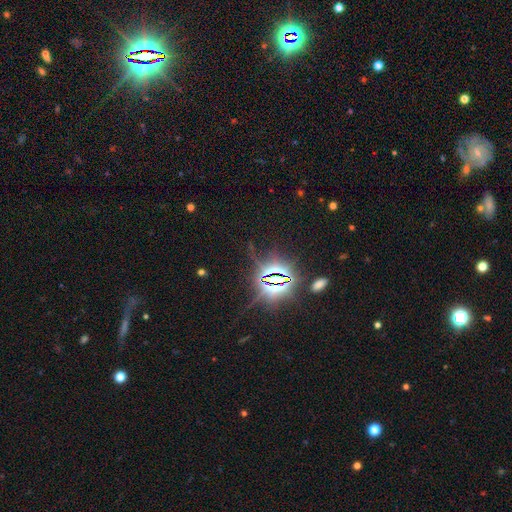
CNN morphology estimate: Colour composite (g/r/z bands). It shows a star or artifact, not a galaxy (85%).